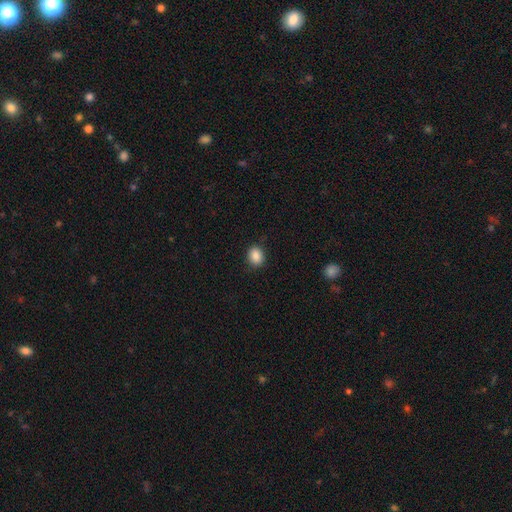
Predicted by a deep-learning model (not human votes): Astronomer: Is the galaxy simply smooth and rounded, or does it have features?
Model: smooth — 88%.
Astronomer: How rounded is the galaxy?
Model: round — 56% (runner-up: in between, 43%).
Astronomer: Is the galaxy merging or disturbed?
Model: none — 87%.